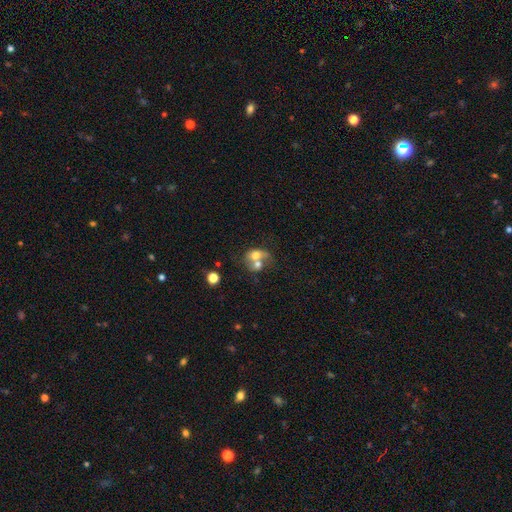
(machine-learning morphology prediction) The model was most divided on "how rounded": in between: 54%, round: 44%, cigar-shaped: 1%. More confident: merging — merger (71%); smooth or featured — smooth (61%).